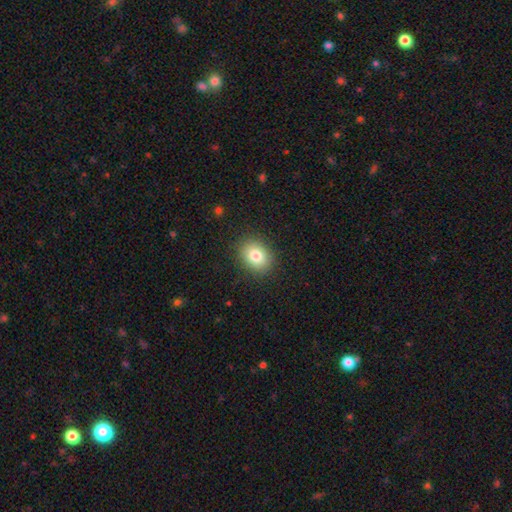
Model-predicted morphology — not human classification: smooth 82%, star or artifact 10%, featured or disk 9%. Down the decision tree: how rounded — in between (52%); merging — none (88%).